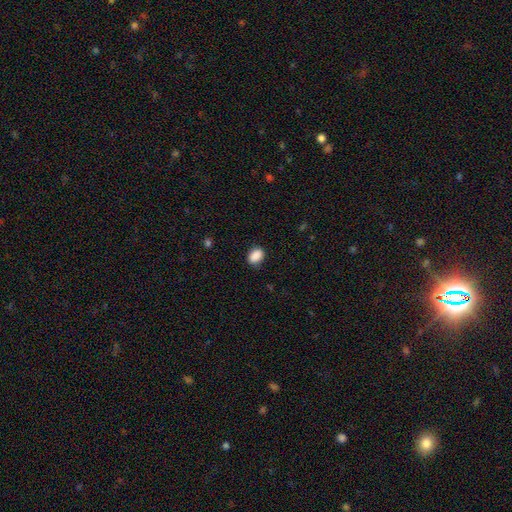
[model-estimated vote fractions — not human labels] smooth 89%, star or artifact 8%, featured or disk 3%. Down the decision tree: how rounded — in between (76%); merging — none (84%).